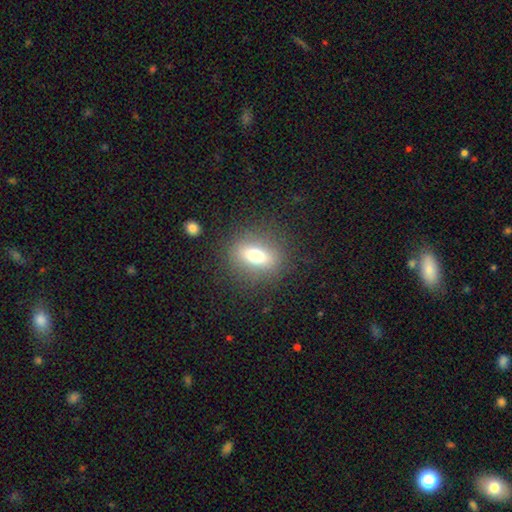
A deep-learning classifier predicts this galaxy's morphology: Smooth or featured?
  - smooth: 67% *
  - featured or disk: 21%
  - star or artifact: 12%
How rounded?
  - in between: 63% *
  - round: 28%
  - cigar-shaped: 9%
Merging?
  - none: 83% *
  - minor disturbance: 10%
  - major disturbance: 5%
  - merger: 2%